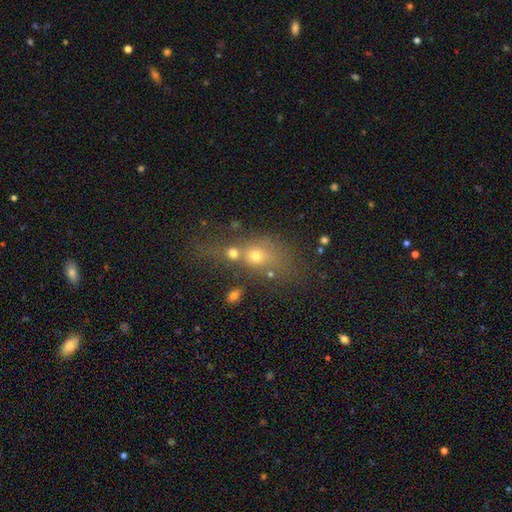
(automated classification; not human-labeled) A smooth galaxy with no disk features (49%).

Vote fractions:
- Smooth or featured? smooth: 49% / star or artifact: 28% / featured or disk: 23%
- Merging? merger: 51% / none: 28% / major disturbance: 10% / minor disturbance: 10%